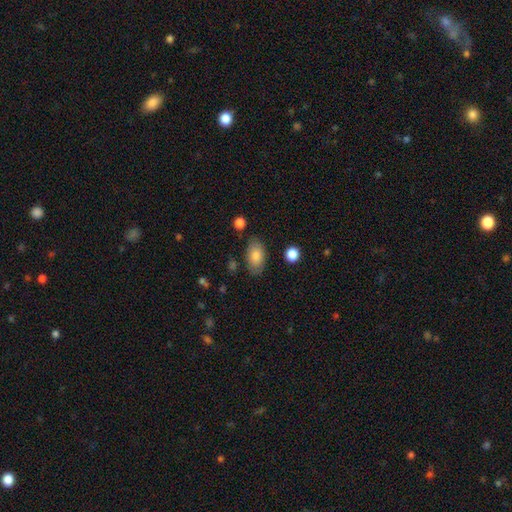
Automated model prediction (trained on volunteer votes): A smooth galaxy with no disk features (83%) that is in between round and cigar-shaped (92%).

Vote fractions:
- Smooth or featured? smooth: 83% / featured or disk: 10% / star or artifact: 7%
- How rounded? in between: 92% / round: 6% / cigar-shaped: 2%
- Merging? none: 79% / minor disturbance: 14% / major disturbance: 4% / merger: 3%